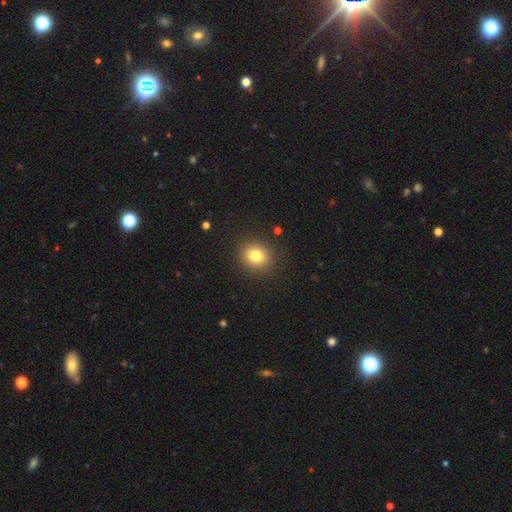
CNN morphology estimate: Smooth or featured? smooth (80%)
How rounded? round (77%)
Merging? none (90%)